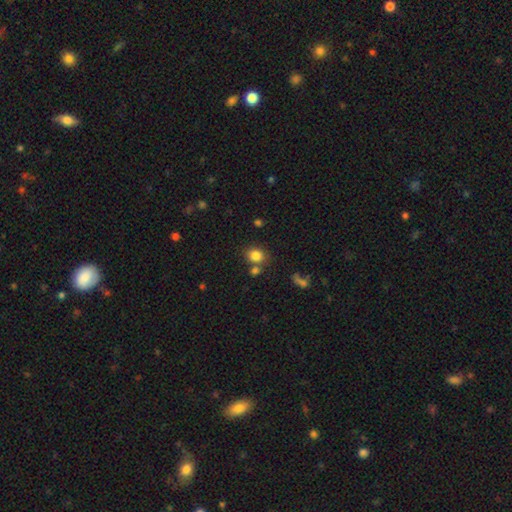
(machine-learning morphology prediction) Smooth or featured? smooth (83%)
How rounded? round (68%)
Merging? none (69%)